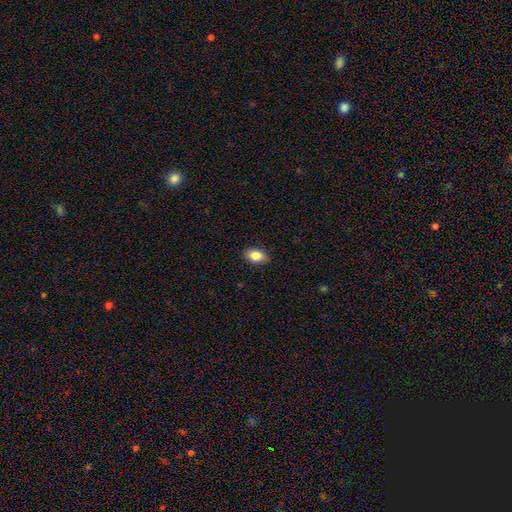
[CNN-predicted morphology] The model was most divided on "how rounded": in between: 86%, round: 12%, cigar-shaped: 2%. More confident: merging — none (87%); smooth or featured — smooth (84%).